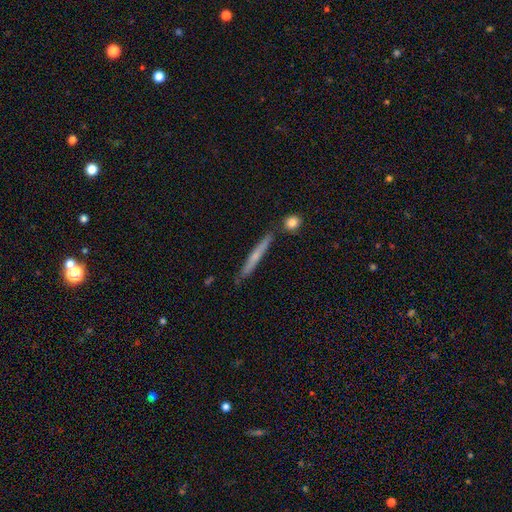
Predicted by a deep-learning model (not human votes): Q: Smooth or featured?
A: smooth (50%); runner-up: featured or disk (44%)
Q: Merging?
A: none (84%); runner-up: minor disturbance (11%)